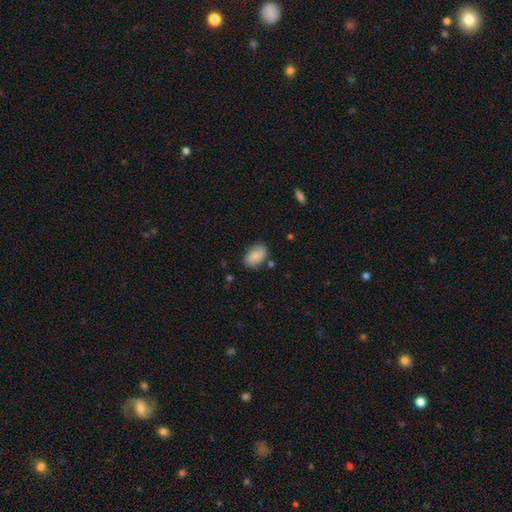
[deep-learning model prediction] This is clearly a smooth galaxy (83%). How rounded: clearly in between (89%). Merging: likely none (75%).